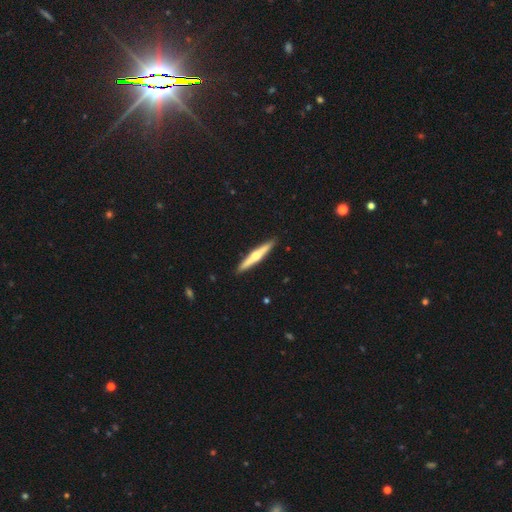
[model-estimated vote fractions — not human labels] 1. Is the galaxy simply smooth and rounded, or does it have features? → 63% featured or disk, 32% smooth, 5% star or artifact.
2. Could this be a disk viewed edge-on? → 97% yes, 3% no.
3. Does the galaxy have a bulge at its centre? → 92% rounded, 6% none, 2% boxy.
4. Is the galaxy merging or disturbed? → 92% none, 6% minor disturbance, 1% major disturbance, 1% merger.